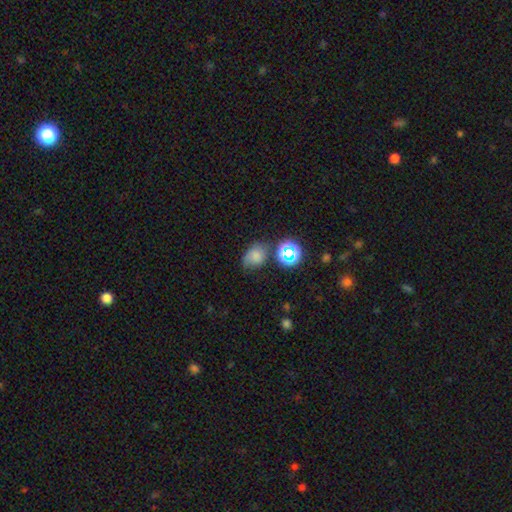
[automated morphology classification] smooth 67%, star or artifact 19%, featured or disk 13%. Down the decision tree: how rounded — in between (63%); merging — none (60%).